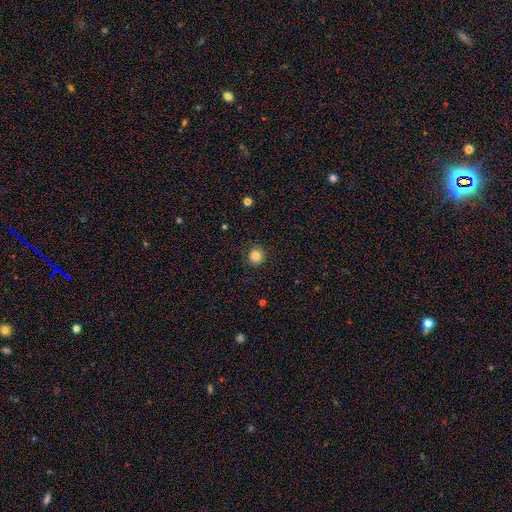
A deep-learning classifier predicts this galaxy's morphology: A smooth galaxy with no disk features (82%) that is round (92%). Merging: none (88%).